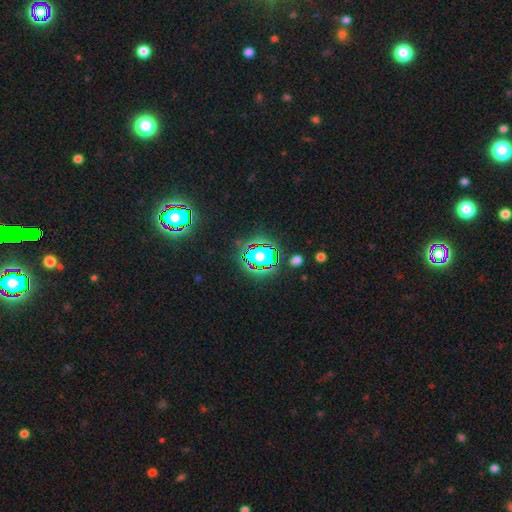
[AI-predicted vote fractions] Overall: star or artifact (81%).